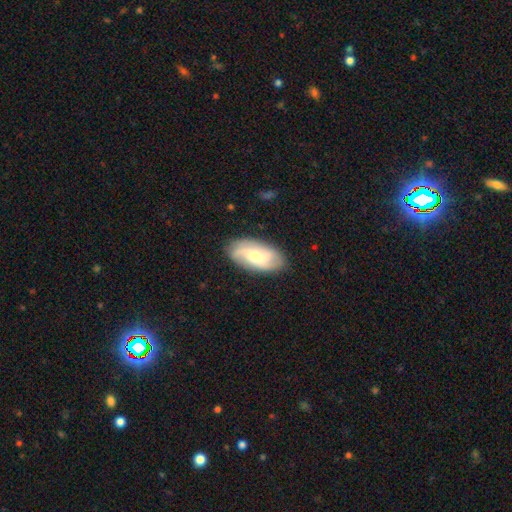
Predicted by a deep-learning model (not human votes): smooth_or_featured: featured or disk (p=0.62) [alt: smooth p=0.32]
disk_edge_on: no (p=0.93) [alt: yes p=0.07]
bar: no (p=0.52) [alt: weak p=0.36]
has_spiral_arms: yes (p=0.89) [alt: no p=0.11]
spiral_winding: medium (p=0.40) [alt: loose p=0.33]
spiral_arm_count: 2 (p=0.39) [alt: 3 p=0.25]
bulge_size: moderate (p=0.53) [alt: small p=0.41]
merging: none (p=0.84) [alt: minor disturbance p=0.12]